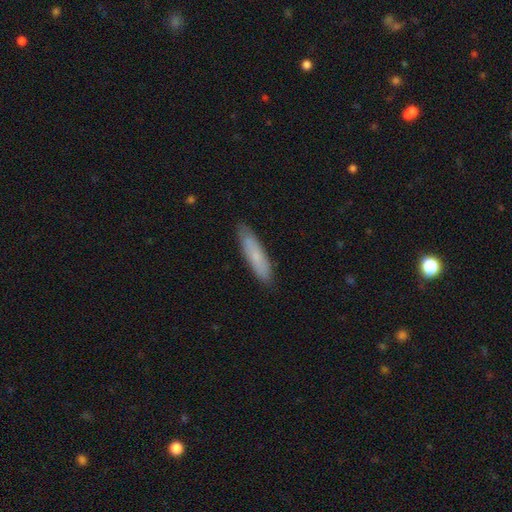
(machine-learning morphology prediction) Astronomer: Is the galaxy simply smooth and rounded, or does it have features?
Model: smooth — 70%.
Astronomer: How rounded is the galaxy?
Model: cigar-shaped — 79%.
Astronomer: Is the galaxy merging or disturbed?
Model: none — 86%.